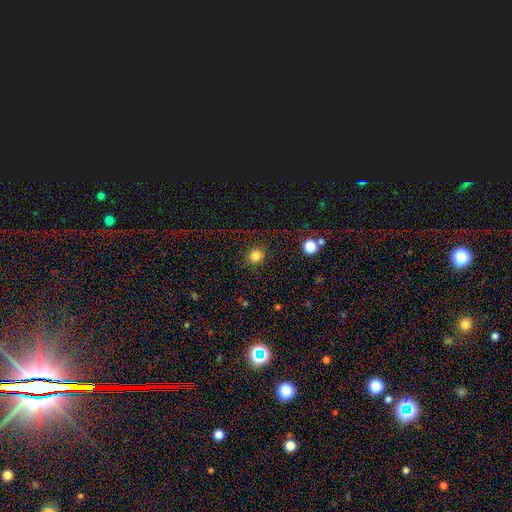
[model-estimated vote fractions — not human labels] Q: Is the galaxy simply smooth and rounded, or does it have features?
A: smooth — 82%.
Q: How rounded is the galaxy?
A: round — 83%.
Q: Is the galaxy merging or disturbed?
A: none — 87%.